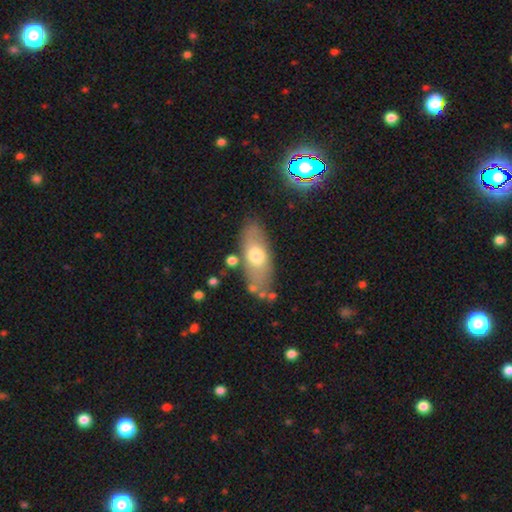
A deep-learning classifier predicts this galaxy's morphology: The model was most divided on "smooth or featured": smooth: 62%, featured or disk: 31%, star or artifact: 7%. More confident: how rounded — in between (79%); merging — none (74%).